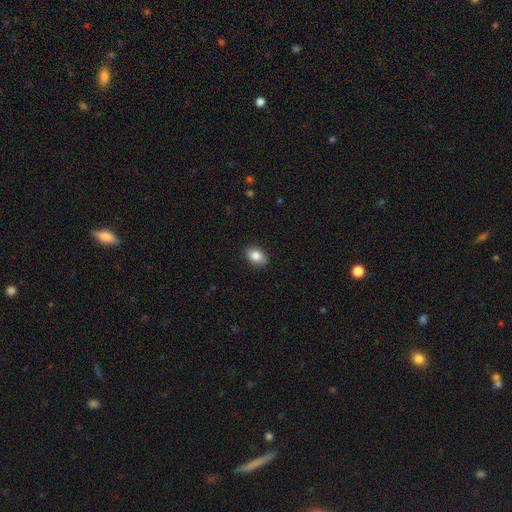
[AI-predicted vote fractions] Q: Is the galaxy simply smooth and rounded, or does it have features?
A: smooth — 86%.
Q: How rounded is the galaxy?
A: in between — 87%.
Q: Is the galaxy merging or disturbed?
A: none — 87%.